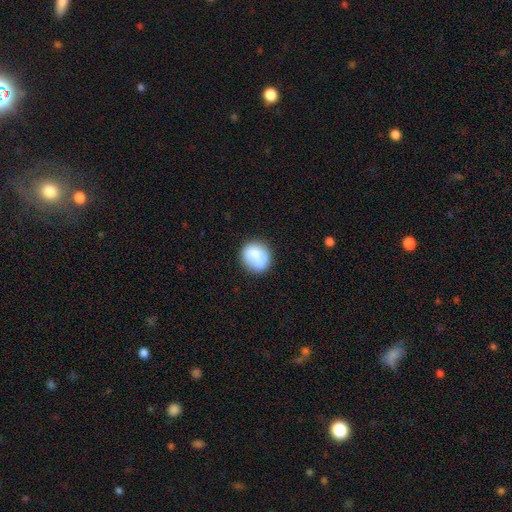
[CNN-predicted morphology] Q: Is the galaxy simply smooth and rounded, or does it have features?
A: smooth — 75%.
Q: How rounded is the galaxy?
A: round — 76%.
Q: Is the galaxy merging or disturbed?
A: none — 75%.